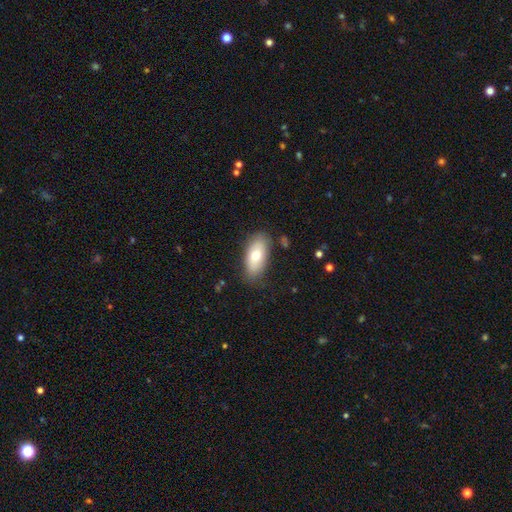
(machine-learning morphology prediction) smooth 73%, featured or disk 20%, star or artifact 7%. Down the decision tree: how rounded — in between (88%); merging — none (82%).